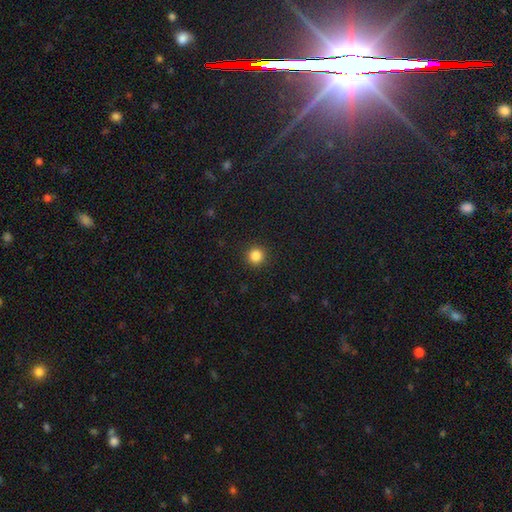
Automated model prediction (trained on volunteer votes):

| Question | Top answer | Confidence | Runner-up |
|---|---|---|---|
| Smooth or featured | smooth | 85% | star or artifact (11%) |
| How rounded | round | 95% | in between (4%) |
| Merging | none | 92% | minor disturbance (5%) |